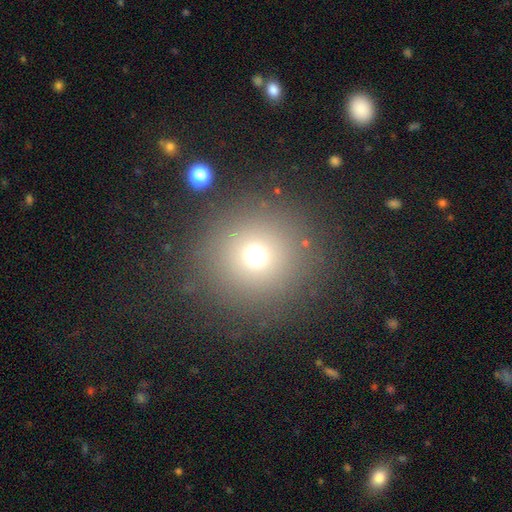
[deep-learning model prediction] Morphology: type=smooth (68%); roundness=round (94%); merging=none (85%).